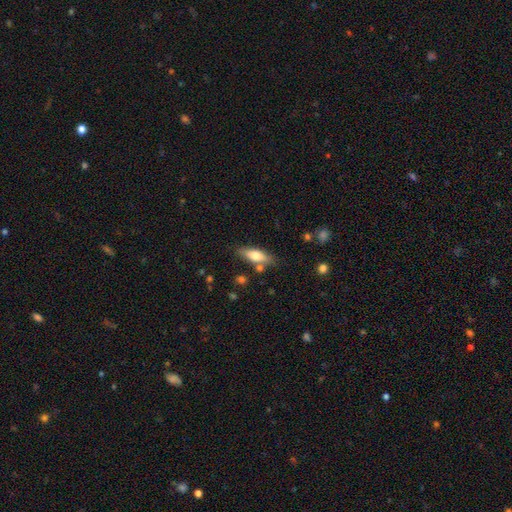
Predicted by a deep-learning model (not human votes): Morphology: type=smooth (64%); roundness=in between (61%); merging=none (76%).